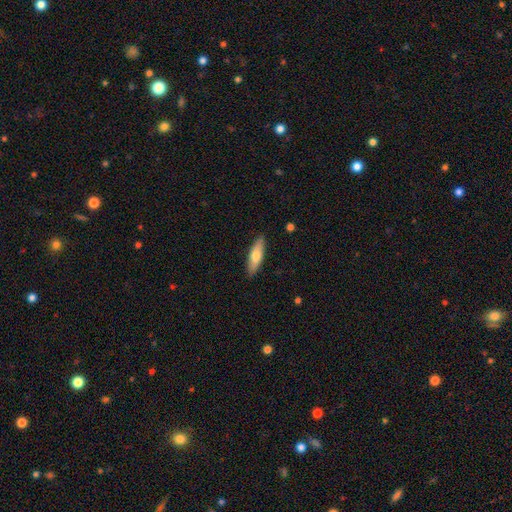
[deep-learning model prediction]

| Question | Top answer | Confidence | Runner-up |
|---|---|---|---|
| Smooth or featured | smooth | 68% | featured or disk (26%) |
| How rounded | cigar-shaped | 56% | in between (42%) |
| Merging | none | 89% | minor disturbance (9%) |